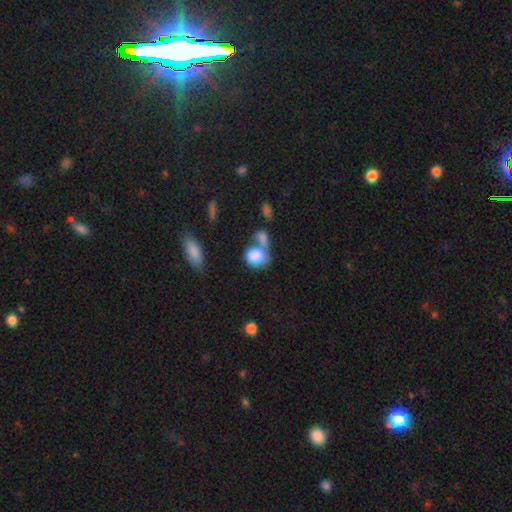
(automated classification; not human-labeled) This is clearly a smooth galaxy (83%). How rounded: possibly in between (59%). Merging: possibly merger (52%).